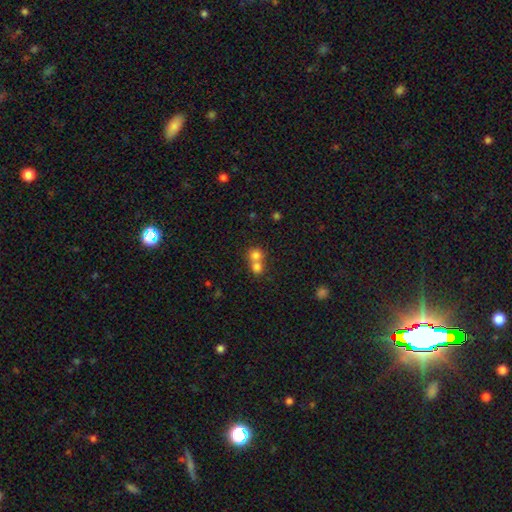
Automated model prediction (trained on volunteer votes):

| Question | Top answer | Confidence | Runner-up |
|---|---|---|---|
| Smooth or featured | smooth | 75% | featured or disk (13%) |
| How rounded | round | 82% | in between (17%) |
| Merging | merger | 64% | none (30%) |